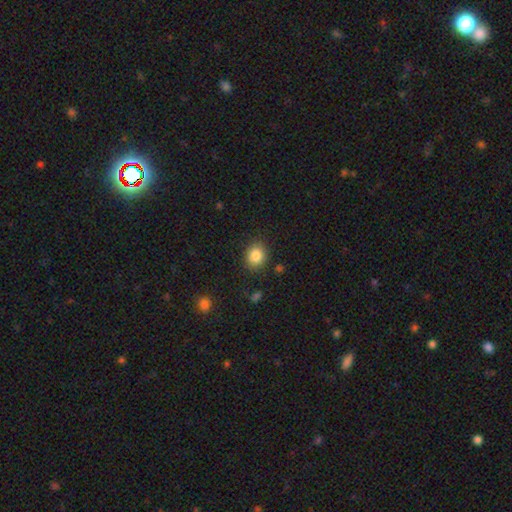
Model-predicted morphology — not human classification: smooth-or-featured: smooth: 85% | star or artifact: 9% | featured or disk: 5%
  how-rounded: round: 67% | in between: 32% | cigar-shaped: 1%
  merging: none: 85% | minor disturbance: 10% | major disturbance: 3% | merger: 2%